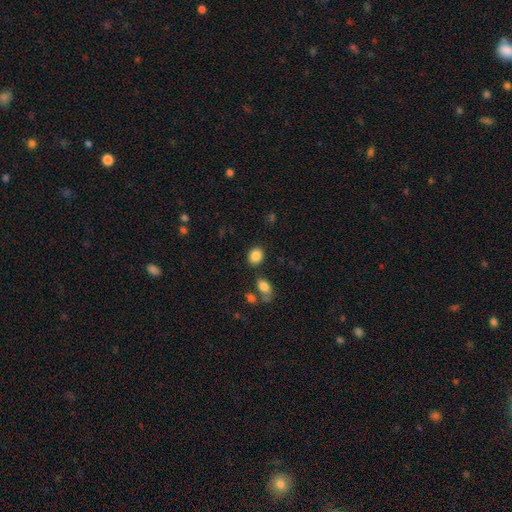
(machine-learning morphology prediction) smooth-or-featured: smooth: 86% | star or artifact: 9% | featured or disk: 5%
  how-rounded: in between: 54% | round: 45% | cigar-shaped: 1%
  merging: none: 81% | minor disturbance: 10% | merger: 6% | major disturbance: 3%